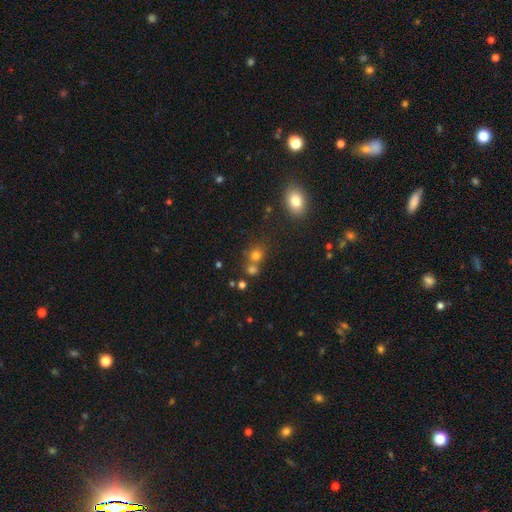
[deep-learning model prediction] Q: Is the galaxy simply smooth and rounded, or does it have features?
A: smooth — 73%.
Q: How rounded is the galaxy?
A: round — 78%.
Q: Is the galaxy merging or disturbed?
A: none — 55%.